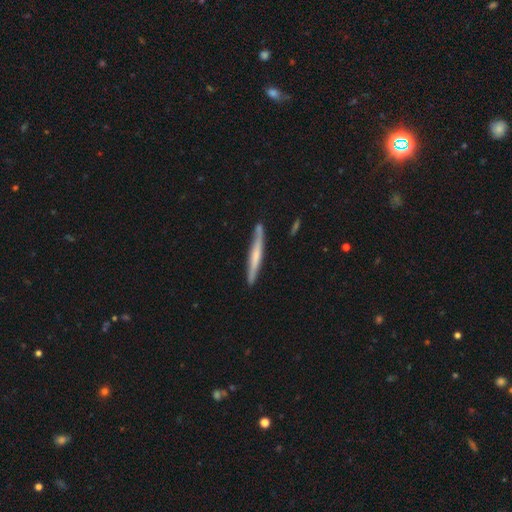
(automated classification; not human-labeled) featured or disk 50%, smooth 44%, star or artifact 5%. Down the decision tree: edge-on disk — yes (94%); merging — none (84%).